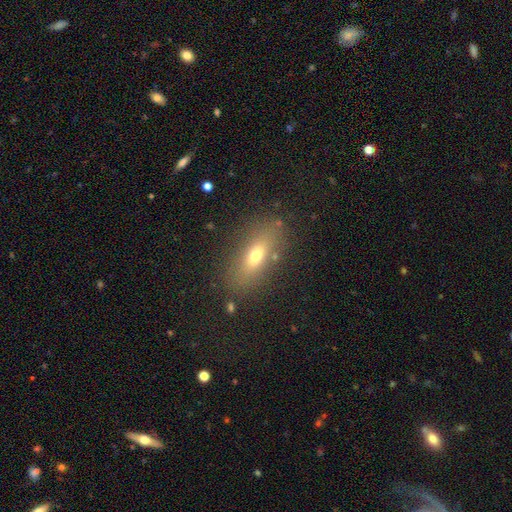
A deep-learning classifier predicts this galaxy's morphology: Overall: smooth (64%; featured or disk 24%). How rounded: in between (68%). Merging: none (82%).